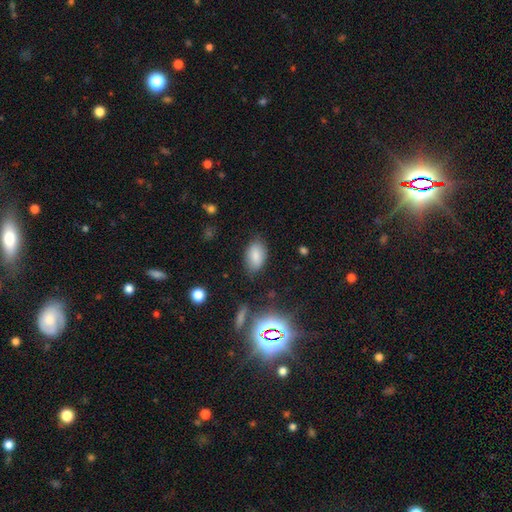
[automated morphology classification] Smooth or featured? smooth (81%)
How rounded? in between (91%)
Merging? none (79%)